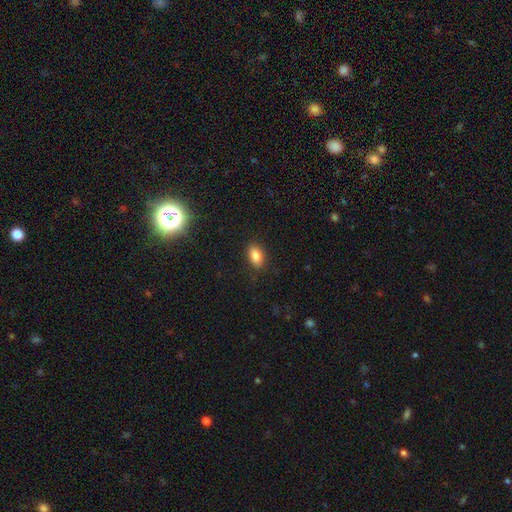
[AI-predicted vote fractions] smooth_or_featured: smooth (p=0.85) [alt: star or artifact p=0.09]
how_rounded: in between (p=0.88) [alt: round p=0.10]
merging: none (p=0.88) [alt: minor disturbance p=0.09]